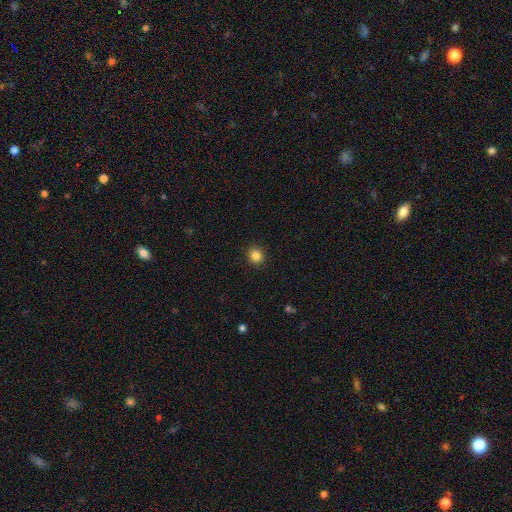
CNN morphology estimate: A smooth galaxy with no disk features (85%) that is round (90%).

Vote fractions:
- Smooth or featured? smooth: 85% / star or artifact: 11% / featured or disk: 4%
- How rounded? round: 90% / in between: 9% / cigar-shaped: 1%
- Merging? none: 92% / minor disturbance: 5% / major disturbance: 2% / merger: 1%